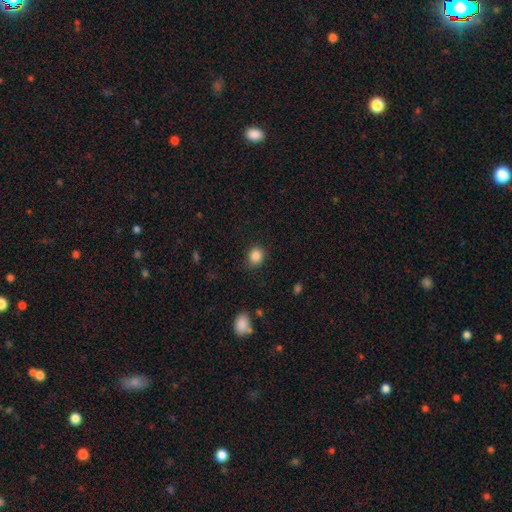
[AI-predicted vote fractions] Smooth or featured? smooth (86%)
How rounded? round (69%)
Merging? none (85%)